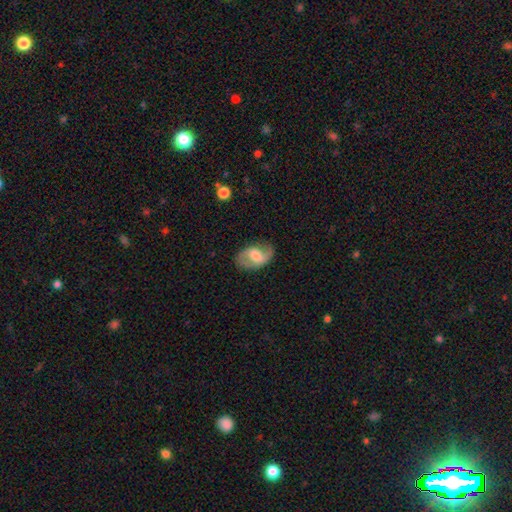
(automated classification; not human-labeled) This appears to be a featured or disk galaxy (66%) with a weak bar (50%), 2 (83%) loose (43%, tied with medium) spiral arms (87%) and a moderate central bulge (48%). Merging: none (73%).